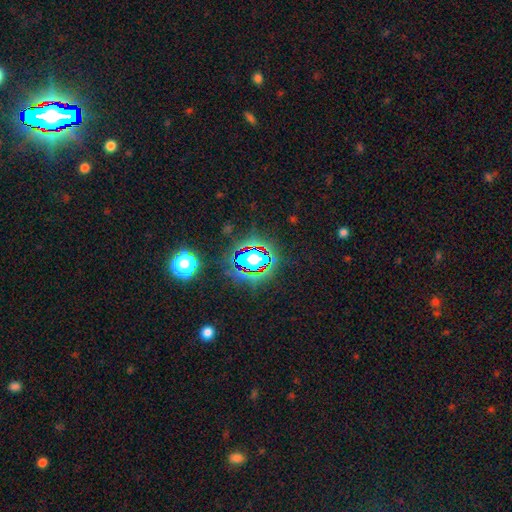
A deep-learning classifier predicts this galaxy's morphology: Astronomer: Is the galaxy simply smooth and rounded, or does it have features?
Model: star or artifact — 74%.